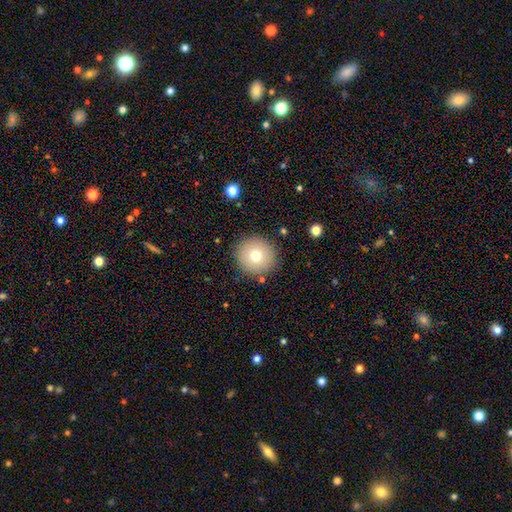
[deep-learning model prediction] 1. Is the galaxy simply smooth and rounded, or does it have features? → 72% smooth, 16% featured or disk, 12% star or artifact.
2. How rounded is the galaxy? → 94% round, 5% in between, 1% cigar-shaped.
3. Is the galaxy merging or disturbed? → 88% none, 7% minor disturbance, 3% major disturbance, 2% merger.